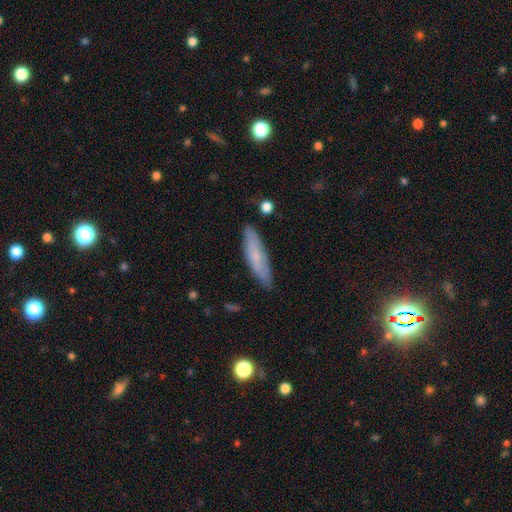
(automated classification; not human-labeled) Smooth or featured?
  - smooth: 63% *
  - featured or disk: 31%
  - star or artifact: 7%
How rounded?
  - cigar-shaped: 73% *
  - in between: 25%
  - round: 2%
Merging?
  - none: 82% *
  - minor disturbance: 14%
  - major disturbance: 3%
  - merger: 2%